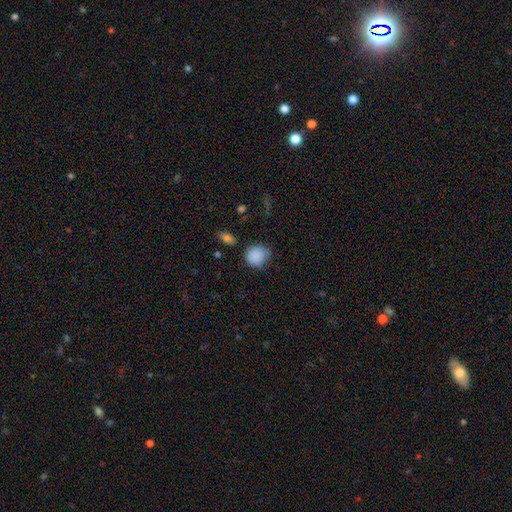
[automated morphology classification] Overall: smooth (86%). How rounded: round (77%). Merging: none (60%; minor disturbance 31%).